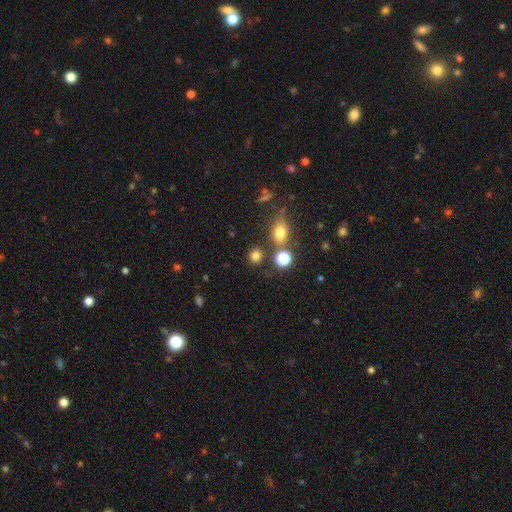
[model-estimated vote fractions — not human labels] smooth-or-featured: smooth: 76% | star or artifact: 18% | featured or disk: 6%
  how-rounded: round: 82% | in between: 17% | cigar-shaped: 1%
  merging: none: 78% | merger: 9% | minor disturbance: 9% | major disturbance: 4%